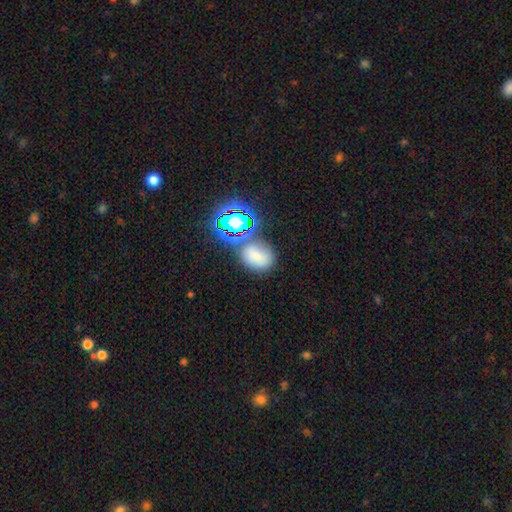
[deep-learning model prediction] smooth-or-featured: smooth: 62% | star or artifact: 27% | featured or disk: 10%
  how-rounded: in between: 61% | round: 37% | cigar-shaped: 2%
  merging: none: 66% | minor disturbance: 16% | merger: 12% | major disturbance: 6%